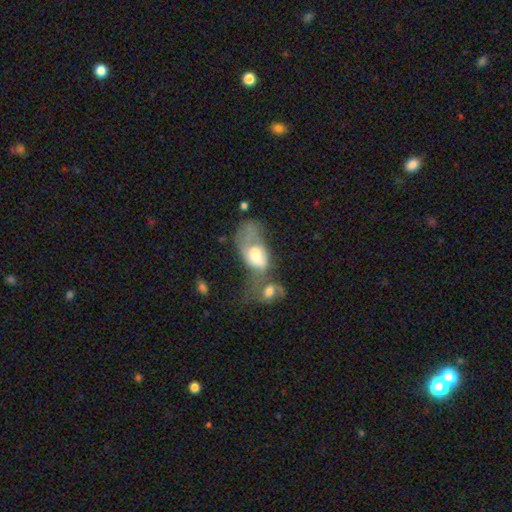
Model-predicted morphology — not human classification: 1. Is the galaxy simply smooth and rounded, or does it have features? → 48% smooth, 44% featured or disk, 9% star or artifact.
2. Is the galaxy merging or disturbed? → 50% merger, 30% major disturbance, 10% none, 9% minor disturbance.